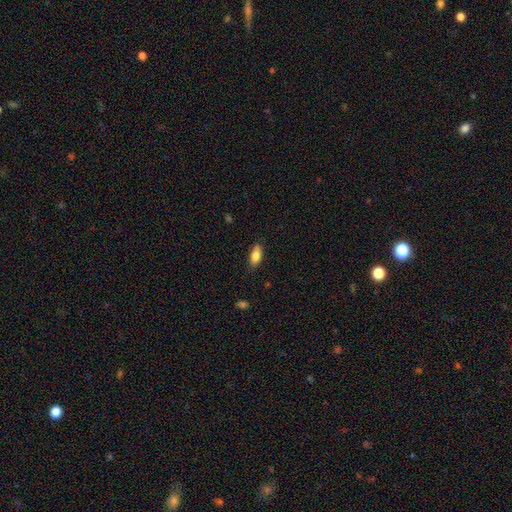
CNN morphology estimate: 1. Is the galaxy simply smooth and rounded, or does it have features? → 82% smooth, 12% featured or disk, 7% star or artifact.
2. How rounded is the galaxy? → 85% in between, 13% cigar-shaped, 3% round.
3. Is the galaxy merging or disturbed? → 83% none, 14% minor disturbance, 2% major disturbance, 1% merger.